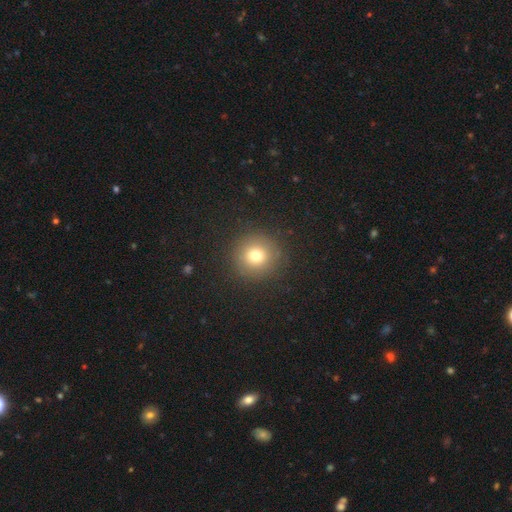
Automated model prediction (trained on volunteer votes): smooth 75%, star or artifact 15%, featured or disk 10%. Down the decision tree: how rounded — round (94%); merging — none (89%).